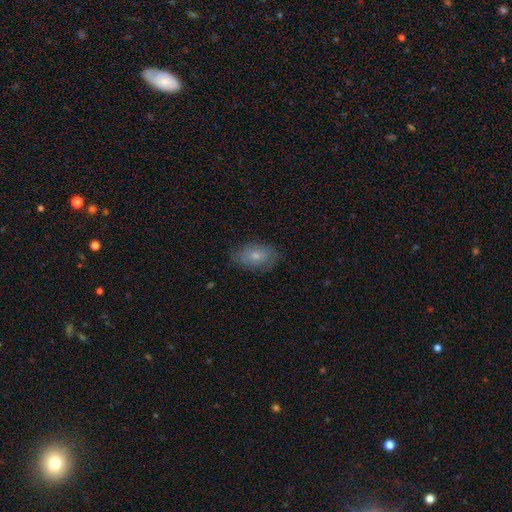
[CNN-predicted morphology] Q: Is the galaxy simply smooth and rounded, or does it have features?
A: smooth — 68%.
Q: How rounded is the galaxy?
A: in between — 88%.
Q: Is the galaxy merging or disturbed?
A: none — 76%.